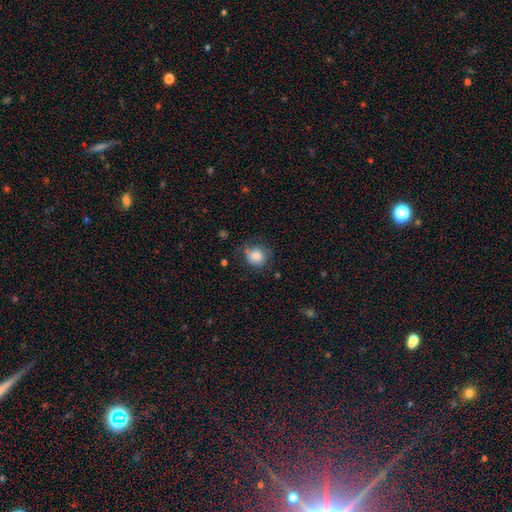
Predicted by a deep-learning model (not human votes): Smooth or featured?
  - smooth: 80% *
  - featured or disk: 11%
  - star or artifact: 9%
How rounded?
  - round: 80% *
  - in between: 19%
  - cigar-shaped: 1%
Merging?
  - none: 65% *
  - minor disturbance: 24%
  - major disturbance: 9%
  - merger: 2%